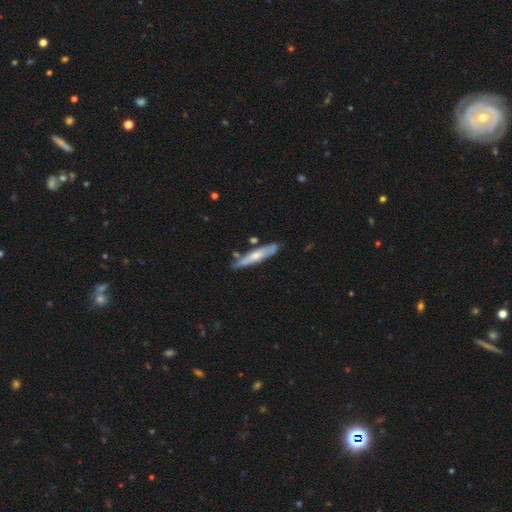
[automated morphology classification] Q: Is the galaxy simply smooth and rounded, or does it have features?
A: smooth — 53%.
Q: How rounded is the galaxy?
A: cigar-shaped — 89%.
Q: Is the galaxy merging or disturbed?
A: none — 73%.